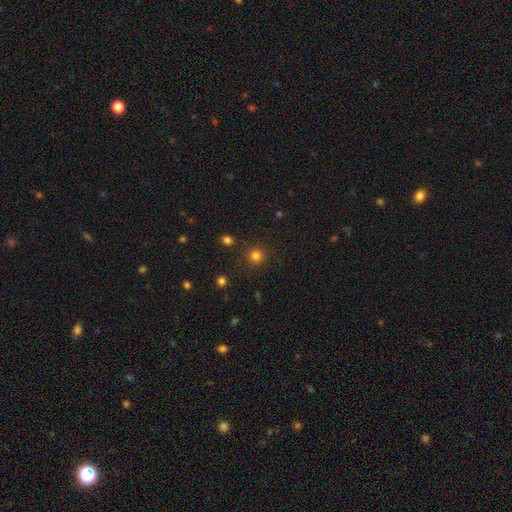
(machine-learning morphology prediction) smooth 79%, star or artifact 16%, featured or disk 5%. Down the decision tree: how rounded — round (94%); merging — none (88%).